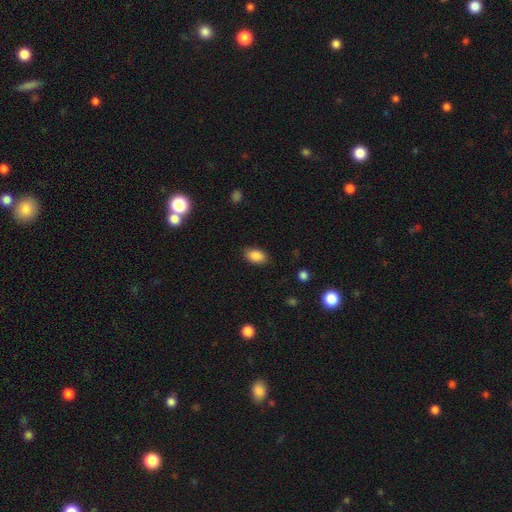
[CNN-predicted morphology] smooth-or-featured: smooth: 88% | star or artifact: 8% | featured or disk: 4%
  how-rounded: in between: 90% | round: 8% | cigar-shaped: 2%
  merging: none: 85% | minor disturbance: 11% | major disturbance: 3% | merger: 1%